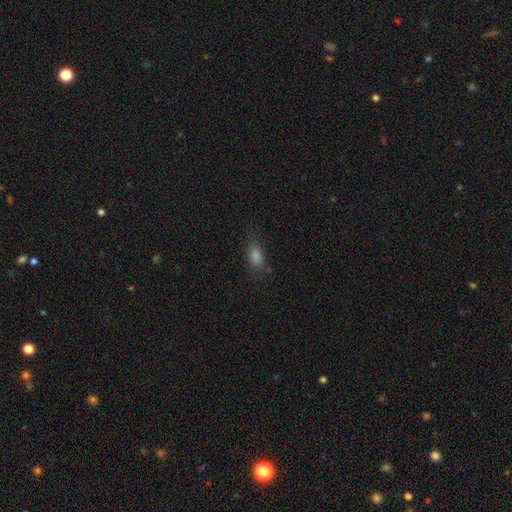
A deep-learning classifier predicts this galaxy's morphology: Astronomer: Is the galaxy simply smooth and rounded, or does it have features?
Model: smooth — 74%.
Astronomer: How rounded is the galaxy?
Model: in between — 76%.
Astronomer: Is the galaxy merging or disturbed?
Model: none — 74%.